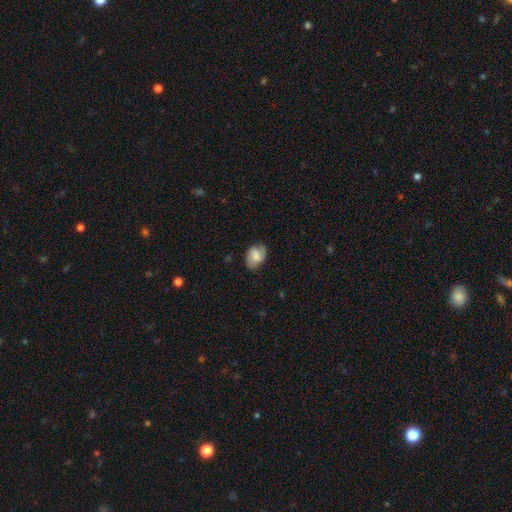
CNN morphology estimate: A smooth galaxy with no disk features (52%) that is in between round and cigar-shaped (70%). Merging: none (73%).